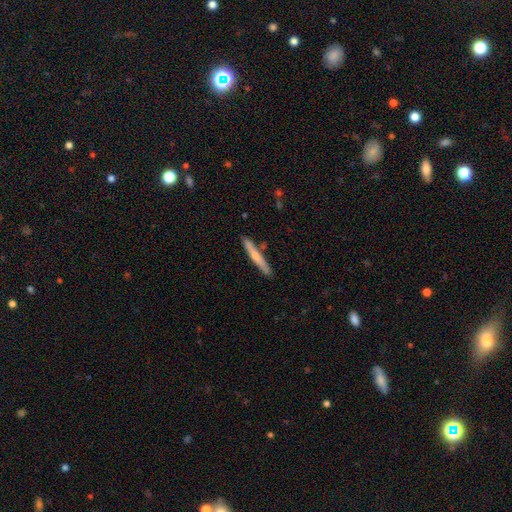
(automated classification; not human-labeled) smooth 57%, featured or disk 38%, star or artifact 5%. Down the decision tree: how rounded — cigar-shaped (95%); merging — none (85%).